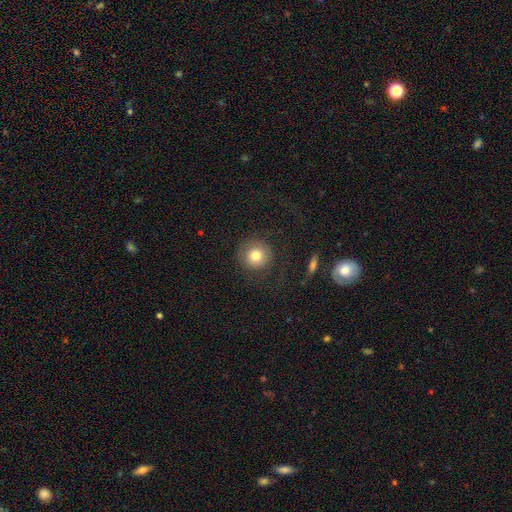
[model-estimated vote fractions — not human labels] This is likely a smooth galaxy (75%). How rounded: clearly round (94%). Merging: likely none (75%).